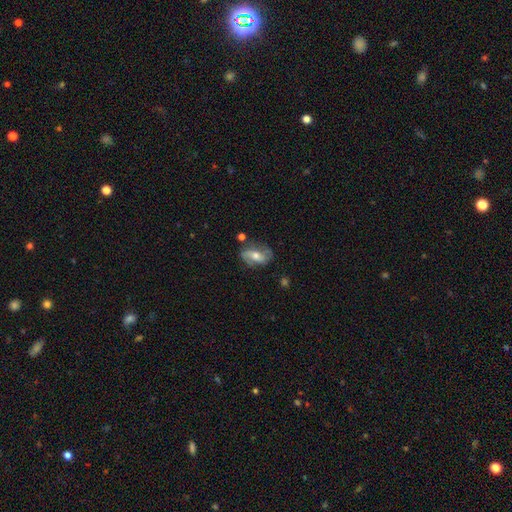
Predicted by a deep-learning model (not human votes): A featured or disk galaxy (61%) with a weak bar (36%), spiral arms (79%) and a moderate central bulge (65%). Merging: none (65%).